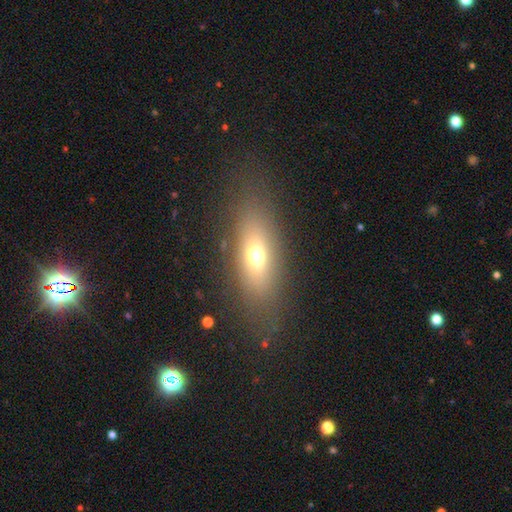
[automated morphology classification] Smooth or featured? smooth (63%)
How rounded? in between (73%)
Merging? none (76%)